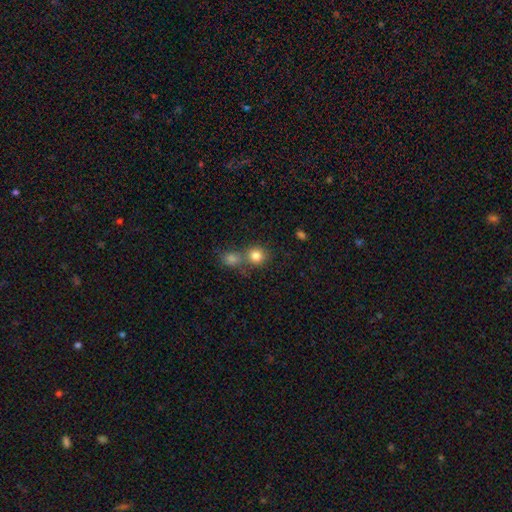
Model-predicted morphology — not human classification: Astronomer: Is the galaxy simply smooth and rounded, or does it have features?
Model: smooth — 82%.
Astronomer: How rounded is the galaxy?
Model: round — 84%.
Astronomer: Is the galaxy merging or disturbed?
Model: none — 51% (runner-up: merger, 37%).